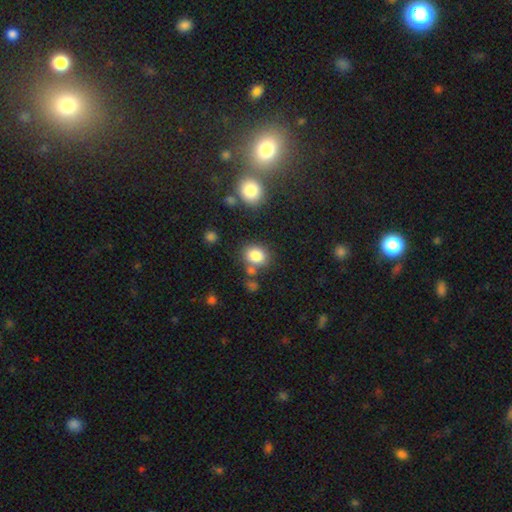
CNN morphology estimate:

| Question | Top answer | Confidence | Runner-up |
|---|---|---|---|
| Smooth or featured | smooth | 84% | star or artifact (10%) |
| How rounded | round | 52% | in between (47%) |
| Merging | none | 67% | minor disturbance (14%) |